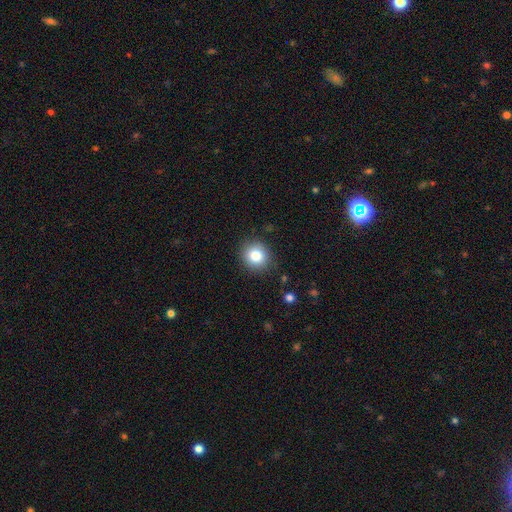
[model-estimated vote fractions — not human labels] smooth_or_featured: smooth (p=0.81) [alt: star or artifact p=0.11]
how_rounded: round (p=0.87) [alt: in between p=0.12]
merging: none (p=0.88) [alt: minor disturbance p=0.08]